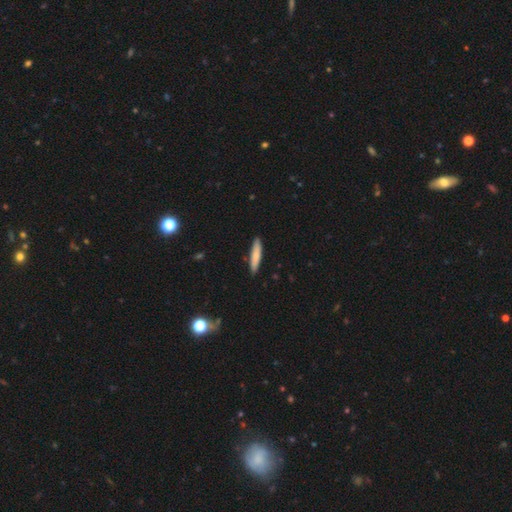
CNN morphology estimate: Smooth or featured: smooth — 77% (featured or disk — 17%)
How rounded: cigar-shaped — 88% (in between — 11%)
Merging: none — 89% (minor disturbance — 8%)